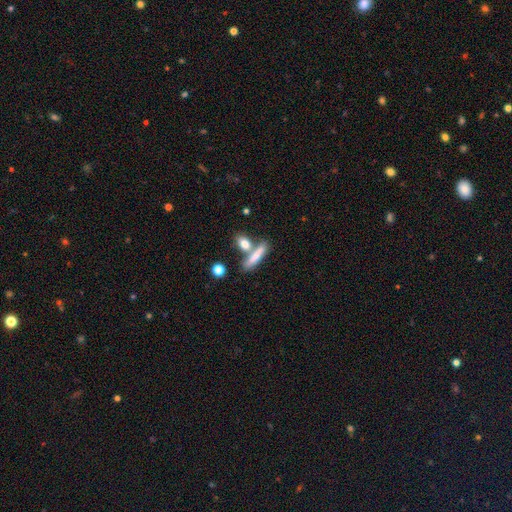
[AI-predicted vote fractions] This is likely a smooth galaxy (72%). How rounded: likely cigar-shaped (64%). Merging: possibly none (52%).